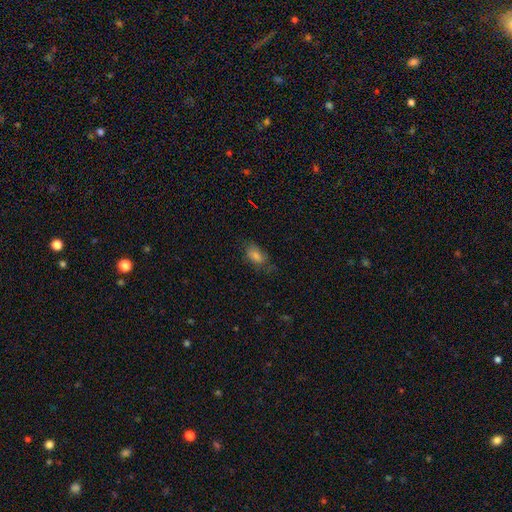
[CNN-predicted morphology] This is likely a smooth galaxy (61%). How rounded: clearly in between (84%). Merging: likely none (64%).